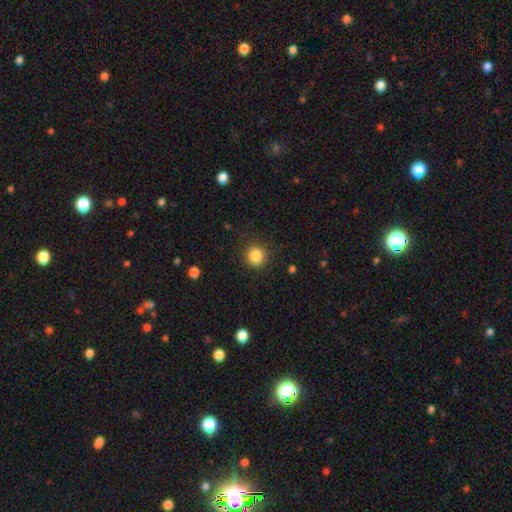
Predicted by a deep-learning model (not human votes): Smooth or featured? smooth (85%)
How rounded? round (92%)
Merging? none (89%)